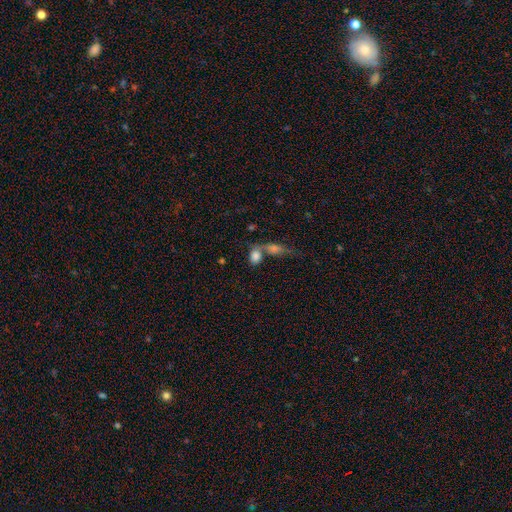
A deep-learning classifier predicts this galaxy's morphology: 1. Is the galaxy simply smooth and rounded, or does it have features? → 80% smooth, 10% featured or disk, 10% star or artifact.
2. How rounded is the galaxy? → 63% in between, 33% round, 4% cigar-shaped.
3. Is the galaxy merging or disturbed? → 50% merger, 35% none, 10% minor disturbance, 6% major disturbance.